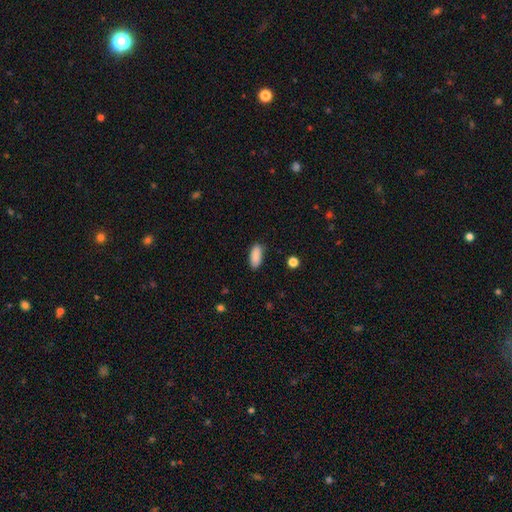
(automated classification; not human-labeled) Overall: smooth (89%). How rounded: in between (85%). Merging: none (84%).